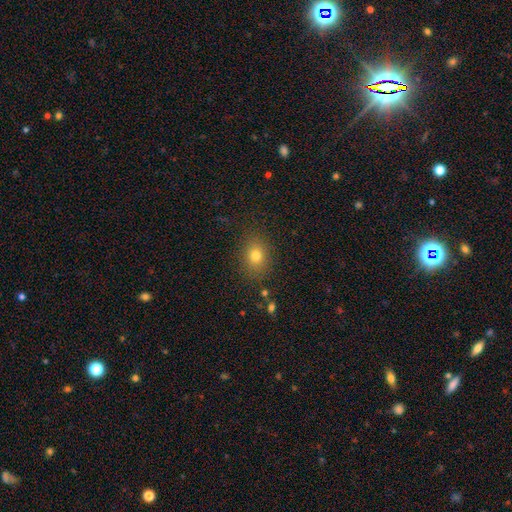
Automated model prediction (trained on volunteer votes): smooth 77%, star or artifact 14%, featured or disk 10%. Down the decision tree: how rounded — in between (55%); merging — none (85%).